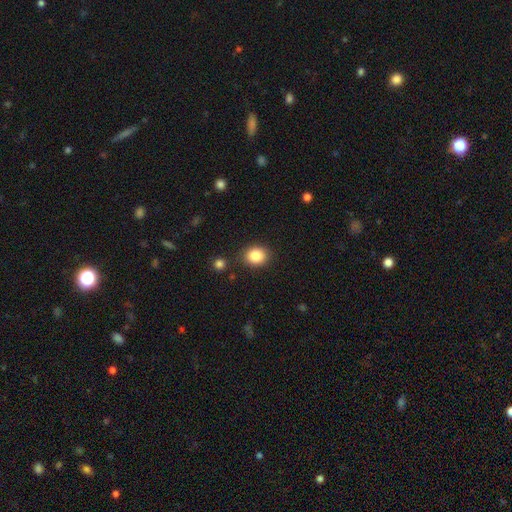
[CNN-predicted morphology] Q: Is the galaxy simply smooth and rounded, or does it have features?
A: smooth — 86%.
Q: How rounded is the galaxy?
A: round — 64%.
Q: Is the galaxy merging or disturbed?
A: none — 84%.